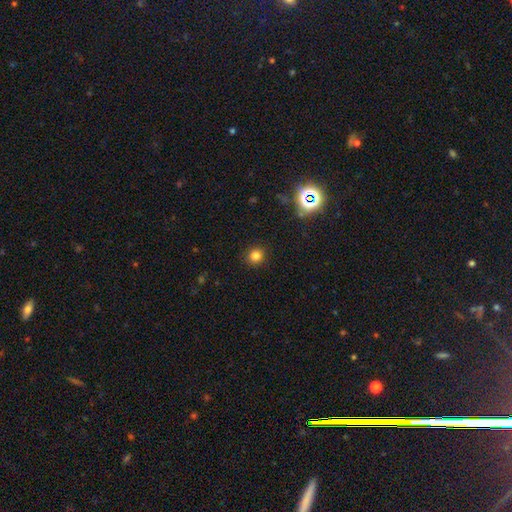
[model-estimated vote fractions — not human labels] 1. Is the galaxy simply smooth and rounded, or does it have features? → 80% smooth, 15% star or artifact, 5% featured or disk.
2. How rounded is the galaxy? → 87% round, 12% in between, 1% cigar-shaped.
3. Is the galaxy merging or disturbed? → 91% none, 6% minor disturbance, 2% major disturbance, 1% merger.